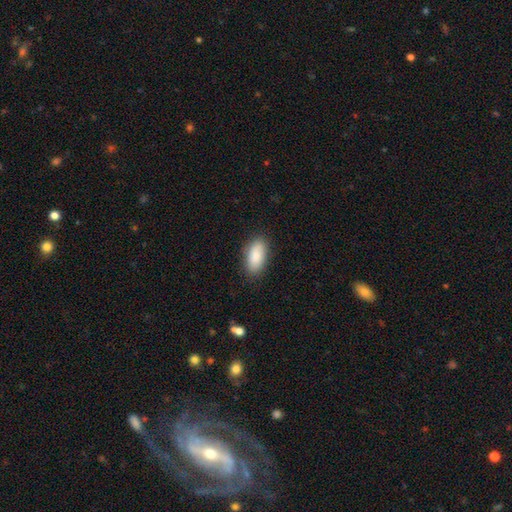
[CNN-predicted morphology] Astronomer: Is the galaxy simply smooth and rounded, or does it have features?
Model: smooth — 87%.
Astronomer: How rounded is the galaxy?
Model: in between — 90%.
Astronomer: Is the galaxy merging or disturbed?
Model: none — 85%.